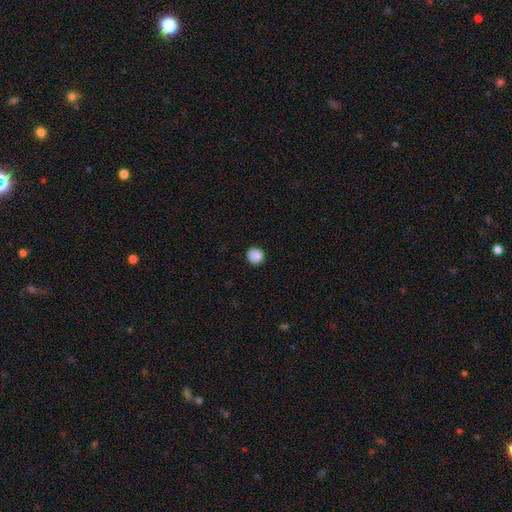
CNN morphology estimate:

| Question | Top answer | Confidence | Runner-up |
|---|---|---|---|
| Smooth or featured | smooth | 87% | star or artifact (9%) |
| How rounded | round | 90% | in between (9%) |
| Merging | none | 86% | minor disturbance (11%) |